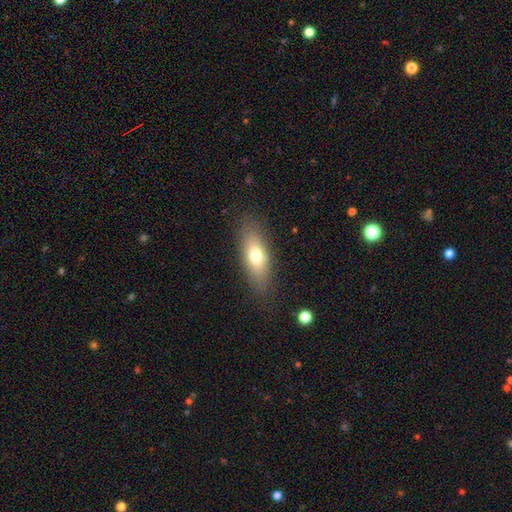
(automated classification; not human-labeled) This is likely a smooth galaxy (70%). How rounded: likely in between (71%). Merging: clearly none (84%).